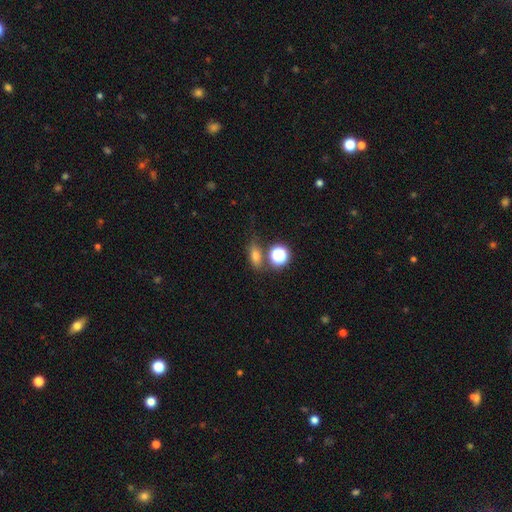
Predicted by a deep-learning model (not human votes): The model was most divided on "how rounded": in between: 62%, round: 24%, cigar-shaped: 14%. More confident: smooth or featured — smooth (66%); merging — none (66%).